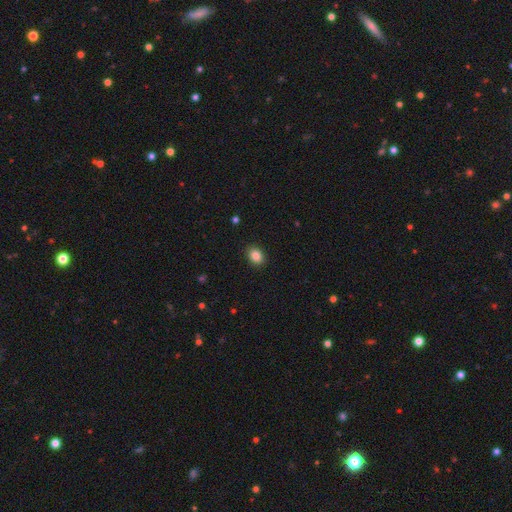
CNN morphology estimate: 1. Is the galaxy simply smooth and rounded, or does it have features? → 86% smooth, 9% star or artifact, 5% featured or disk.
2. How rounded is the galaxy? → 61% in between, 38% round, 1% cigar-shaped.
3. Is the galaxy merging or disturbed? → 90% none, 7% minor disturbance, 2% major disturbance, 1% merger.